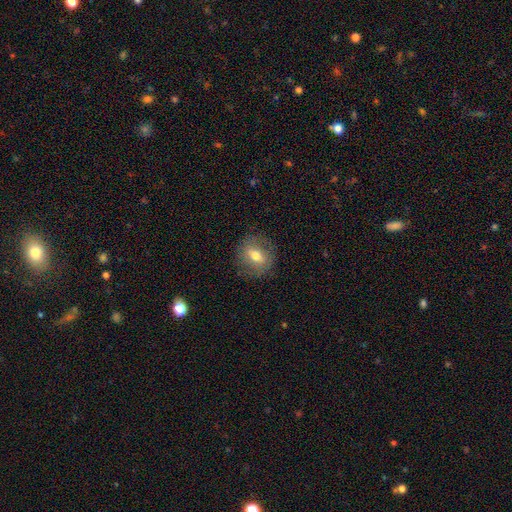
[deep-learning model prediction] This is possibly a smooth galaxy (59%). How rounded: likely round (63%). Merging: clearly none (82%).